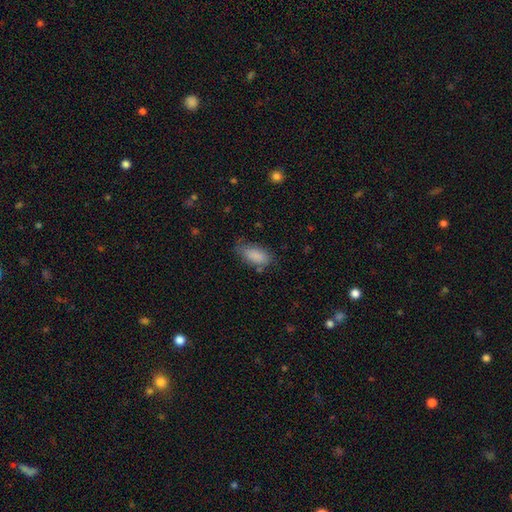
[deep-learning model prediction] Smooth or featured? Predicted: smooth (p=0.86). How rounded? Predicted: in between (p=0.90). Merging? Predicted: none (p=0.62).